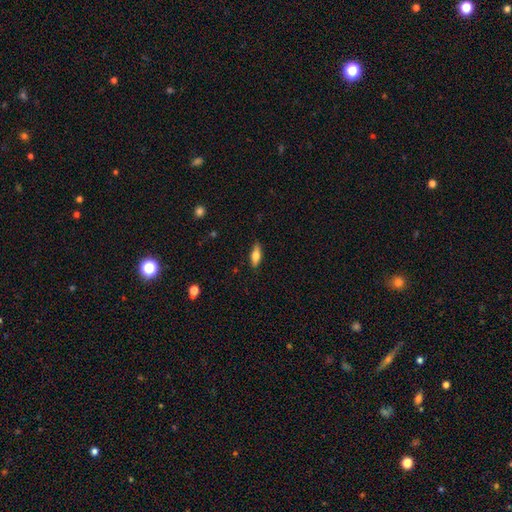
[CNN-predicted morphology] A smooth galaxy with no disk features (64%) that is in between round and cigar-shaped (64%). Merging: none (85%).